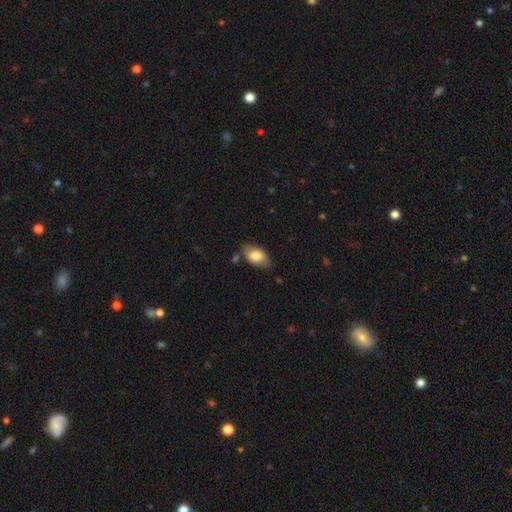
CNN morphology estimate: smooth-or-featured: smooth: 77% | featured or disk: 17% | star or artifact: 6%
  how-rounded: in between: 93% | round: 5% | cigar-shaped: 2%
  merging: none: 75% | minor disturbance: 18% | major disturbance: 4% | merger: 3%